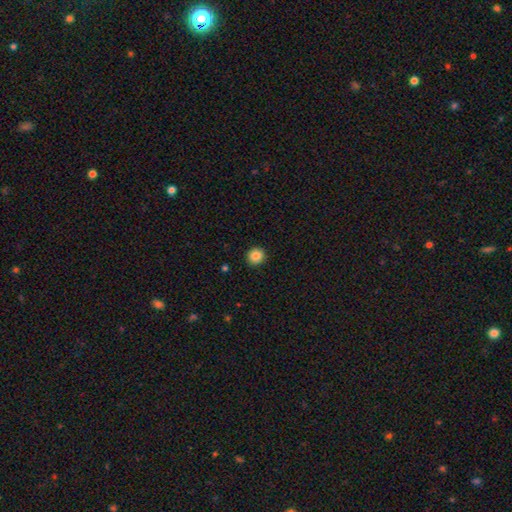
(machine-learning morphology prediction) Overall: smooth (86%). How rounded: round (92%). Merging: none (93%).